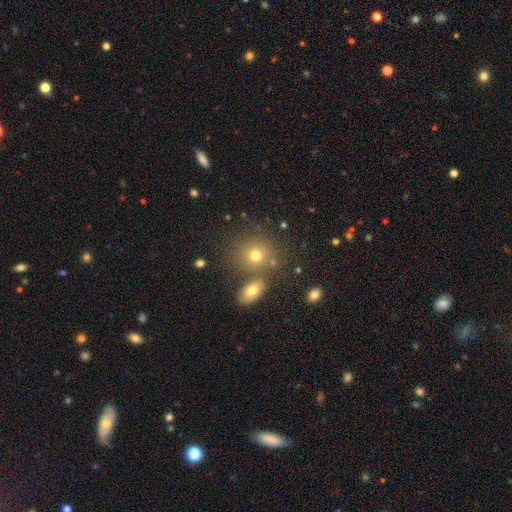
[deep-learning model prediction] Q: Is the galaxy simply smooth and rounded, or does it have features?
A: smooth — 70%.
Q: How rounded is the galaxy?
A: round — 78%.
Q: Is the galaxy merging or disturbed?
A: none — 65%.